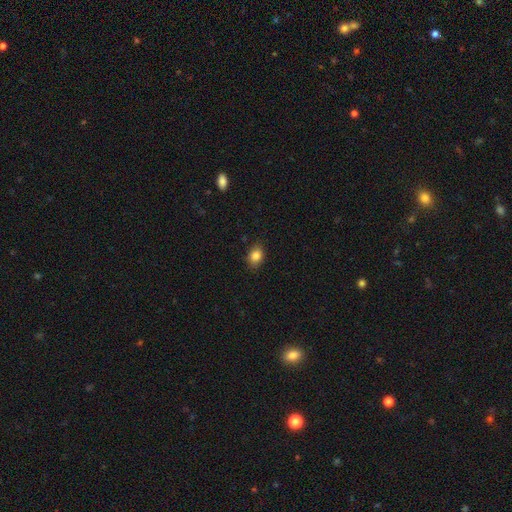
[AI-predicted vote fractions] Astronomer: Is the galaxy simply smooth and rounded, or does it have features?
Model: smooth — 84%.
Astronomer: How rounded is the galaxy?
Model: in between — 60% (runner-up: round, 38%).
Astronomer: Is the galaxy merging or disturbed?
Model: none — 84%.